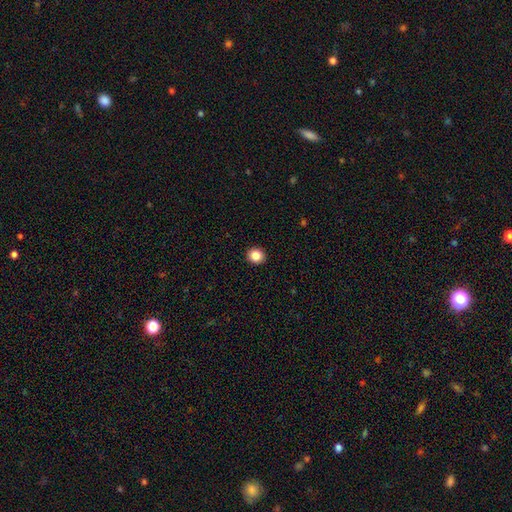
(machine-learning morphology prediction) This is clearly a smooth galaxy (86%). How rounded: clearly round (87%). Merging: clearly none (93%).